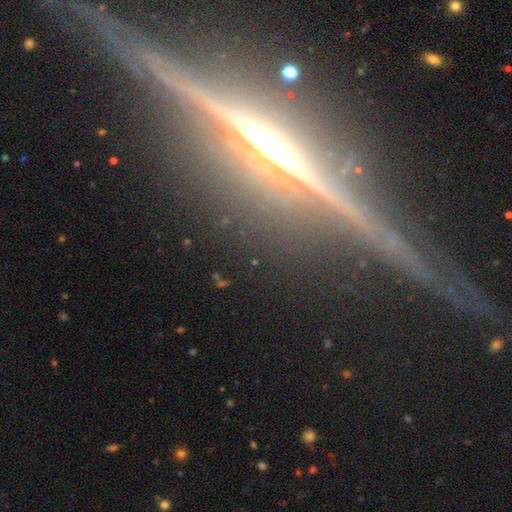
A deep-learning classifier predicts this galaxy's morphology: This is clearly a featured or disk galaxy (86%). It is clearly viewed edge-on (96%). Edge-on bulge: likely rounded (69%). Merging: clearly none (83%).